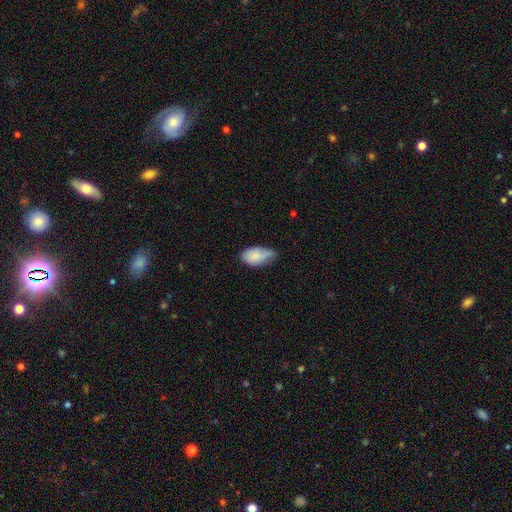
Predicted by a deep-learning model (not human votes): smooth_or_featured: smooth (p=0.82) [alt: featured or disk p=0.11]
how_rounded: in between (p=0.94) [alt: round p=0.04]
merging: minor disturbance (p=0.48) [alt: none p=0.40]